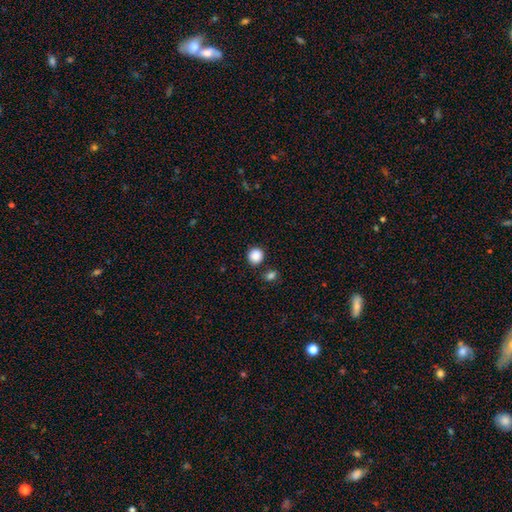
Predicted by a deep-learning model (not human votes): The model was most divided on "merging": none: 84%, minor disturbance: 8%, merger: 6%, major disturbance: 3%. More confident: how rounded — round (89%); smooth or featured — smooth (88%).